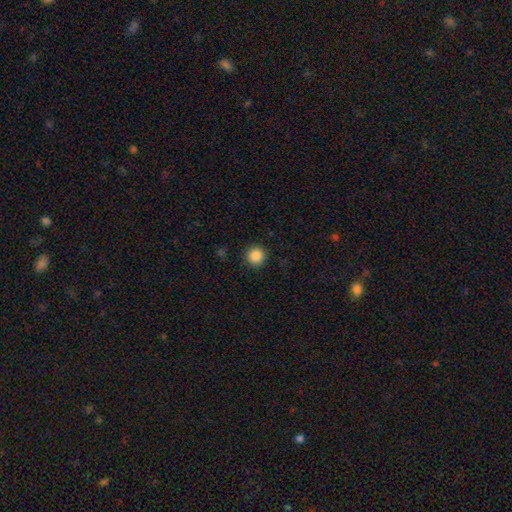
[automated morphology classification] smooth-or-featured: smooth: 87% | star or artifact: 10% | featured or disk: 3%
  how-rounded: round: 95% | in between: 4% | cigar-shaped: 1%
  merging: none: 92% | minor disturbance: 5% | major disturbance: 2% | merger: 1%